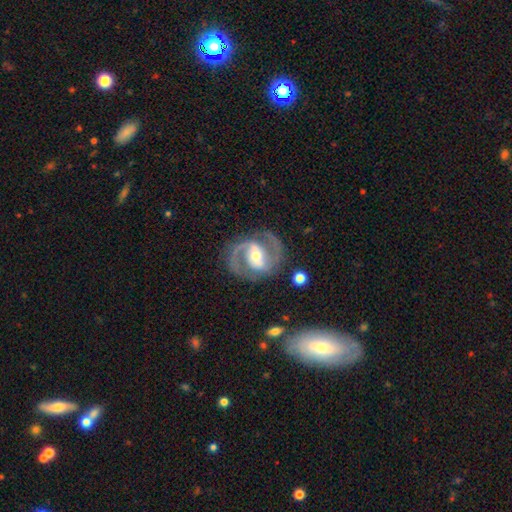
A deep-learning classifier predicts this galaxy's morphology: Overall: featured or disk (87%). Edge-on disk: no (97%). Bar: weak (41%; strong 39%). Spiral arms: yes (95%). Spiral arm count: 2 (93%). Spiral winding: medium (55%; tight 32%). Bulge size: moderate (65%). Merging: none (82%).